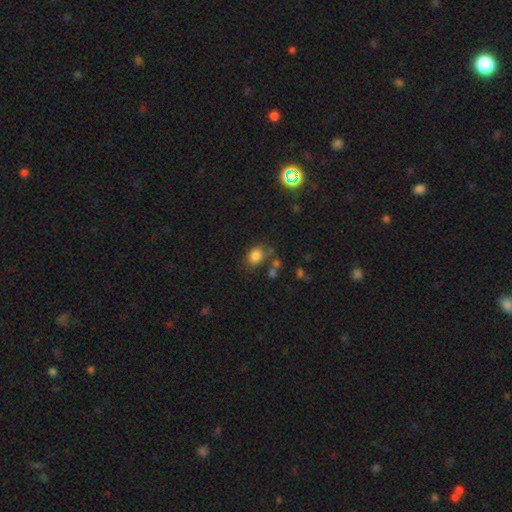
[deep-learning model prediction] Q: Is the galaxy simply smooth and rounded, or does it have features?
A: smooth — 82%.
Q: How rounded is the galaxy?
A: in between — 59%.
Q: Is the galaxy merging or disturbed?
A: none — 66%.